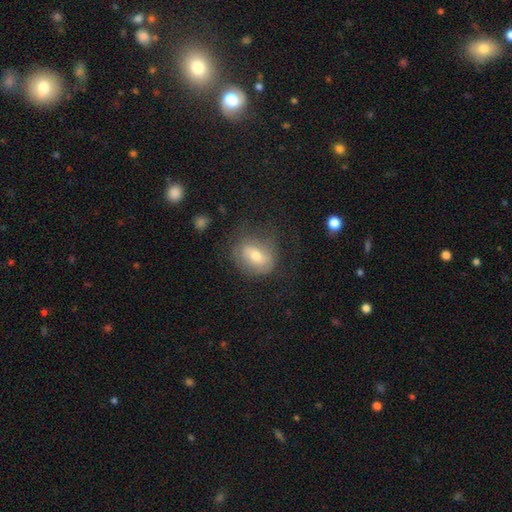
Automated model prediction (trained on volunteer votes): Smooth or featured? Predicted: smooth (p=0.55). How rounded? Predicted: in between (p=0.56). Merging? Predicted: none (p=0.58).